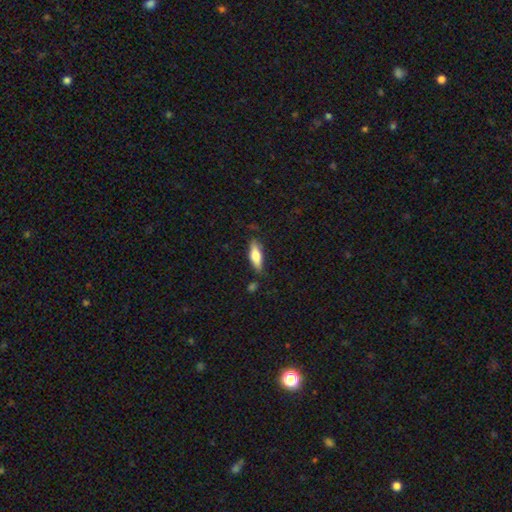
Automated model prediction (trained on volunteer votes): This appears to be a smooth galaxy with no disk features (63%) that is in between round and cigar-shaped (53%). Merging: none (78%).